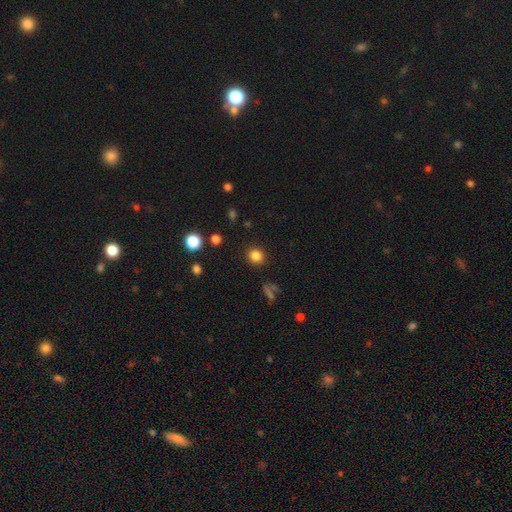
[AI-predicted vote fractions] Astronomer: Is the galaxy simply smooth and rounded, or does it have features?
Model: smooth — 83%.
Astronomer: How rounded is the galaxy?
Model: round — 83%.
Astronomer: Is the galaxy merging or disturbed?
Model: none — 89%.